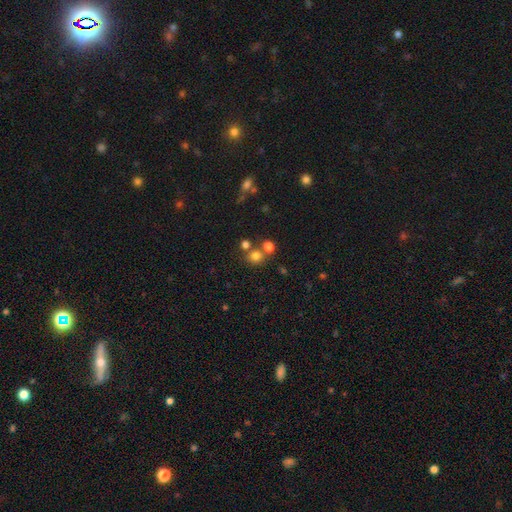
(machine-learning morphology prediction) Smooth or featured?
  - smooth: 73% *
  - star or artifact: 19%
  - featured or disk: 8%
How rounded?
  - round: 85% *
  - in between: 14%
  - cigar-shaped: 1%
Merging?
  - none: 63% *
  - merger: 25%
  - minor disturbance: 8%
  - major disturbance: 4%